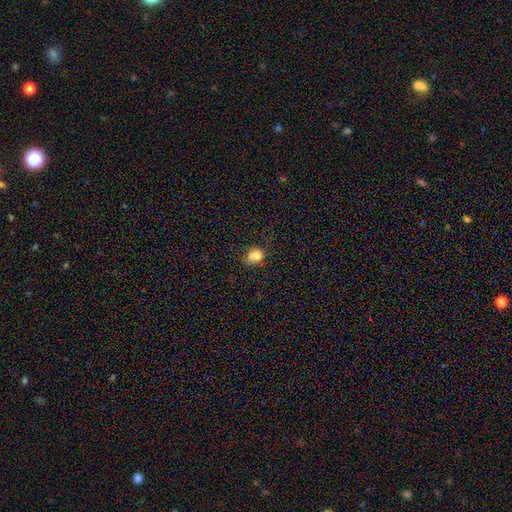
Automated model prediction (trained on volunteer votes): Smooth or featured?
  - smooth: 77% *
  - star or artifact: 13%
  - featured or disk: 10%
How rounded?
  - round: 52% *
  - in between: 47%
  - cigar-shaped: 1%
Merging?
  - none: 49% *
  - minor disturbance: 28%
  - major disturbance: 14%
  - merger: 9%